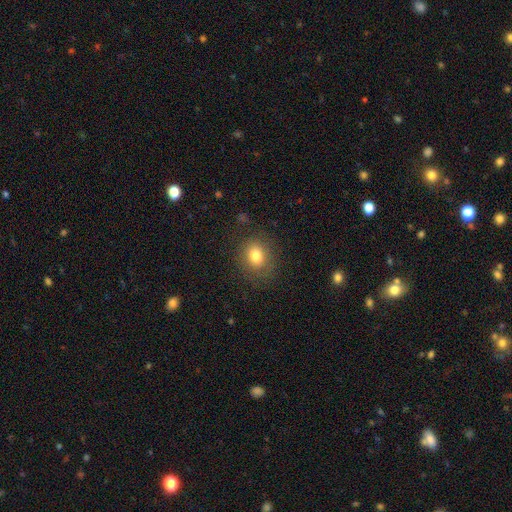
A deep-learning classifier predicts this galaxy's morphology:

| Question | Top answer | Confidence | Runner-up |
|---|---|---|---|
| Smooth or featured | smooth | 79% | star or artifact (11%) |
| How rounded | round | 63% | in between (36%) |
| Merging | none | 82% | minor disturbance (11%) |